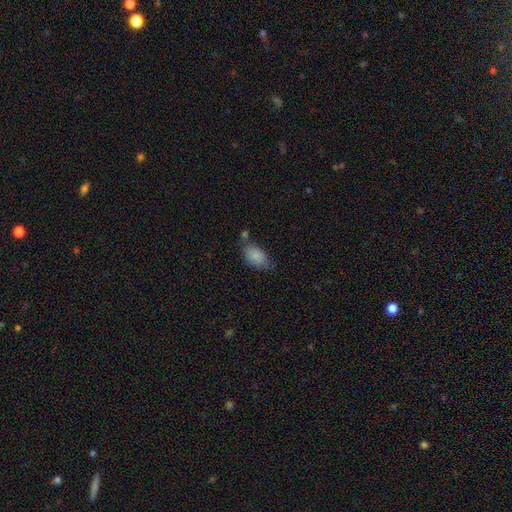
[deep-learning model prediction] The model was most divided on "merging": none: 53%, minor disturbance: 28%, merger: 11%, major disturbance: 8%. More confident: how rounded — in between (91%); smooth or featured — smooth (85%).